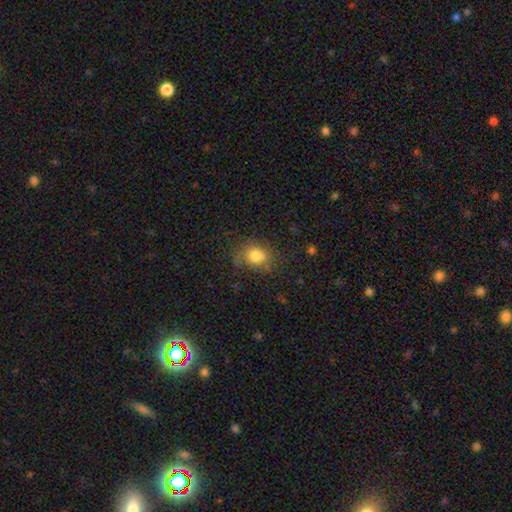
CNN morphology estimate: A smooth galaxy with no disk features (81%) that is in between round and cigar-shaped (51%).

Vote fractions:
- Smooth or featured? smooth: 81% / star or artifact: 10% / featured or disk: 9%
- How rounded? in between: 51% / round: 48% / cigar-shaped: 1%
- Merging? none: 69% / minor disturbance: 21% / major disturbance: 8% / merger: 2%